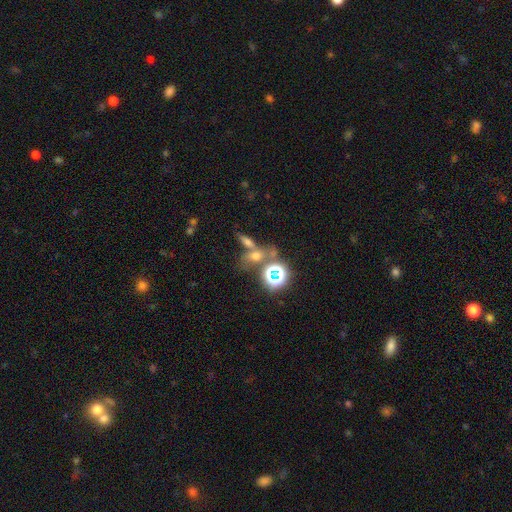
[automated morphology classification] Smooth or featured: smooth — 49% (star or artifact — 33%)
Merging: none — 42% (tied with merger — 42%)